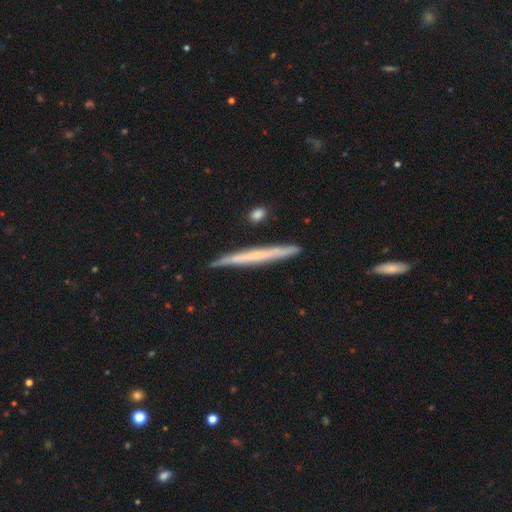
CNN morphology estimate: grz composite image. It shows a featured or disk galaxy (51%) viewed edge-on (95%). Merging: none (87%).